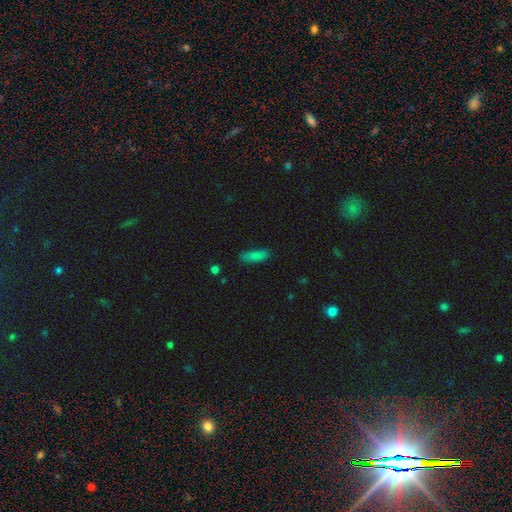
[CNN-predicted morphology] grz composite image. It shows a smooth galaxy with no disk features (84%) that is cigar-shaped (51%). Merging: none (80%).